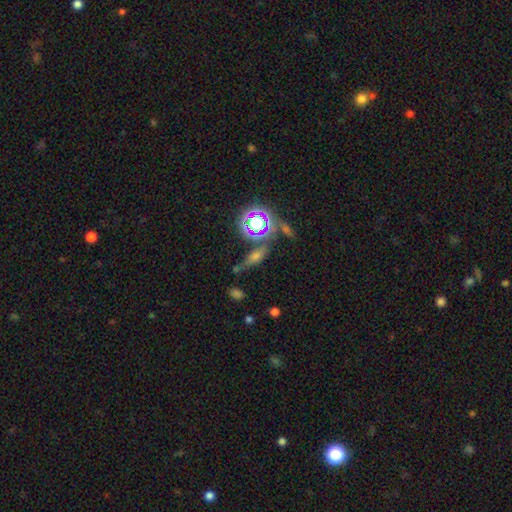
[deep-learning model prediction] A smooth galaxy with no disk features (39%).

Vote fractions:
- Smooth or featured? smooth: 39% / star or artifact: 36% / featured or disk: 26%
- Merging? none: 67% / minor disturbance: 15% / merger: 11% / major disturbance: 7%